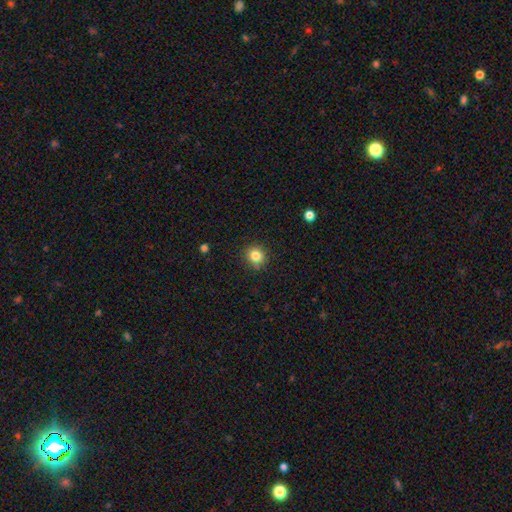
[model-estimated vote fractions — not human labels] Smooth or featured? smooth (83%)
How rounded? round (86%)
Merging? none (87%)